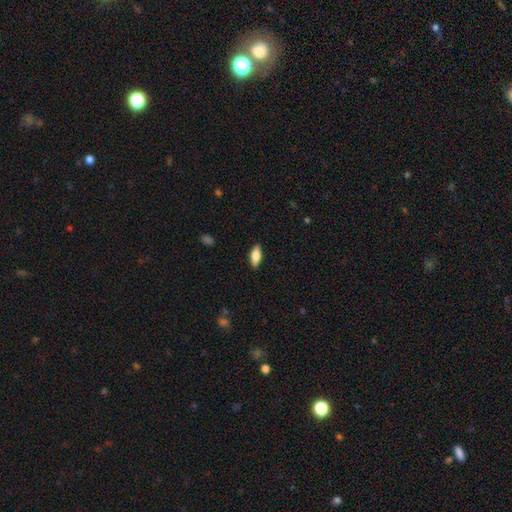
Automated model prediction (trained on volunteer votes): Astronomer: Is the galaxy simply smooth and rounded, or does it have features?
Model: smooth — 71%.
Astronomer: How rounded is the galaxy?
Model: in between — 77%.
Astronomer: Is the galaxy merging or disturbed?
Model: none — 89%.